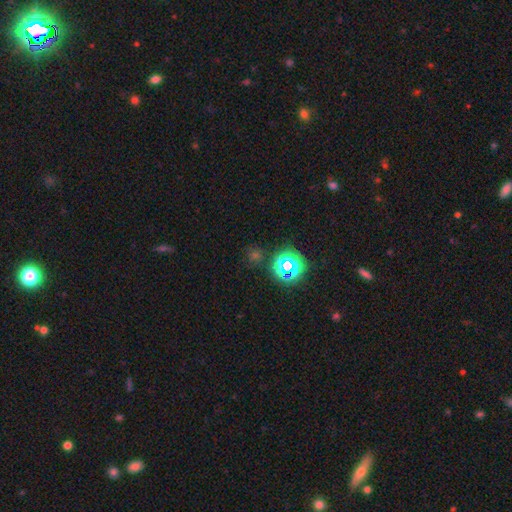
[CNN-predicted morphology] A star or artifact, not a galaxy (58%).

Vote fractions:
- Smooth or featured? star or artifact: 58% / smooth: 34% / featured or disk: 8%